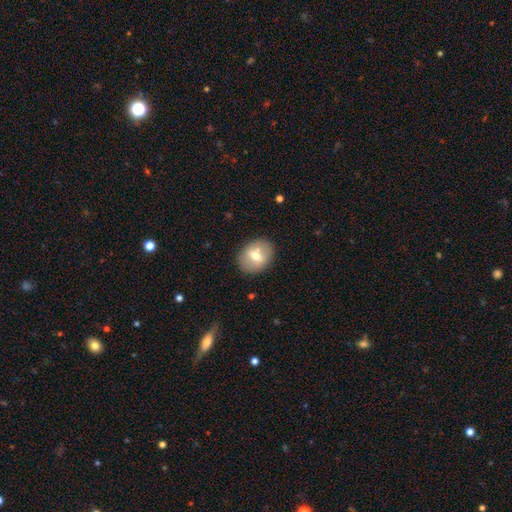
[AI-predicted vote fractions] Q: Smooth or featured?
A: smooth (59%); runner-up: featured or disk (33%)
Q: How rounded?
A: in between (50%); runner-up: round (48%)
Q: Merging?
A: none (81%); runner-up: minor disturbance (11%)